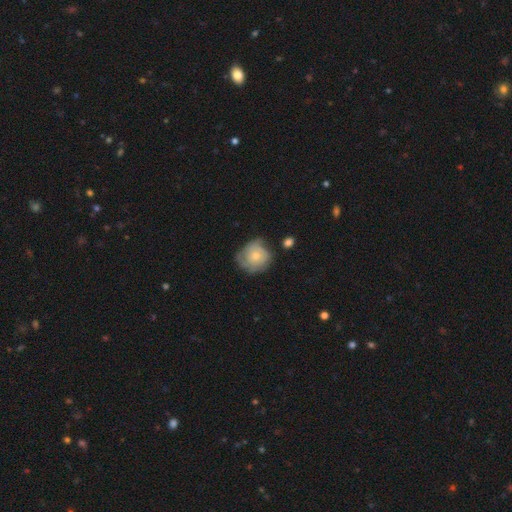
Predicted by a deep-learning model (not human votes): Morphology: type=featured or disk (47%); merging=none (56%).